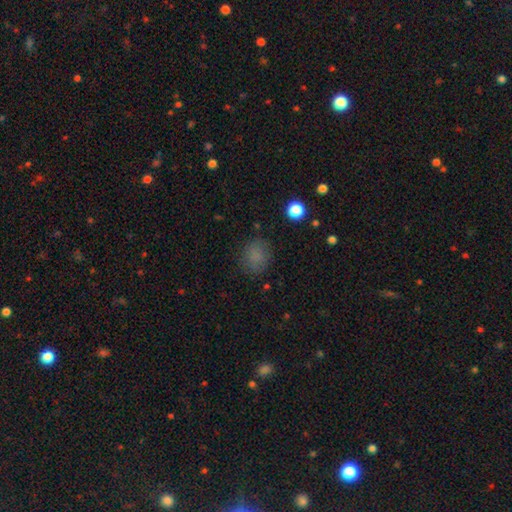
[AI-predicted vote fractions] Q: Smooth or featured?
A: smooth (80%); runner-up: star or artifact (14%)
Q: How rounded?
A: round (65%); runner-up: in between (34%)
Q: Merging?
A: none (80%); runner-up: minor disturbance (14%)